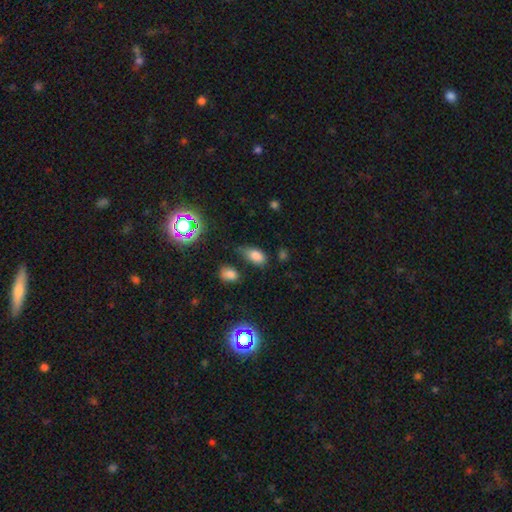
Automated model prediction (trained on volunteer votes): This appears to be a smooth galaxy with no disk features (77%) that is in between round and cigar-shaped (90%). Merging: none (54%).